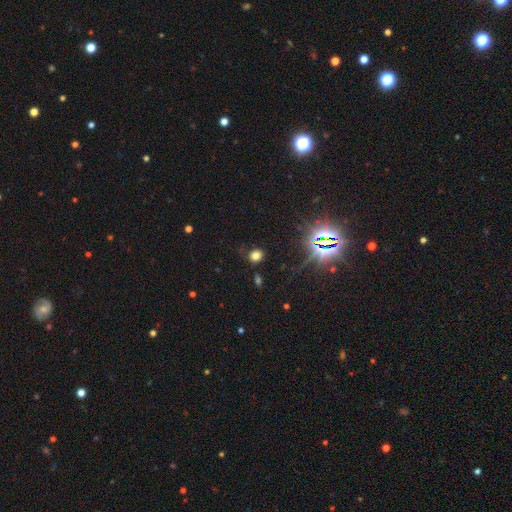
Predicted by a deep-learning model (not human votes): This is likely a smooth galaxy (67%). How rounded: likely round (76%). Merging: clearly none (80%).